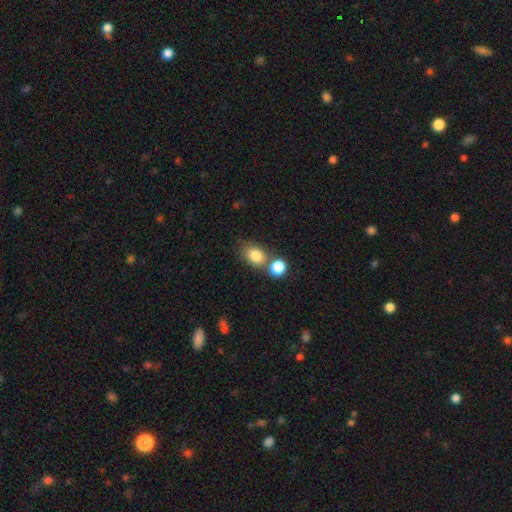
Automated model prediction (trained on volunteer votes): This is clearly a smooth galaxy (82%). How rounded: possibly in between (56%). Merging: possibly none (50%).